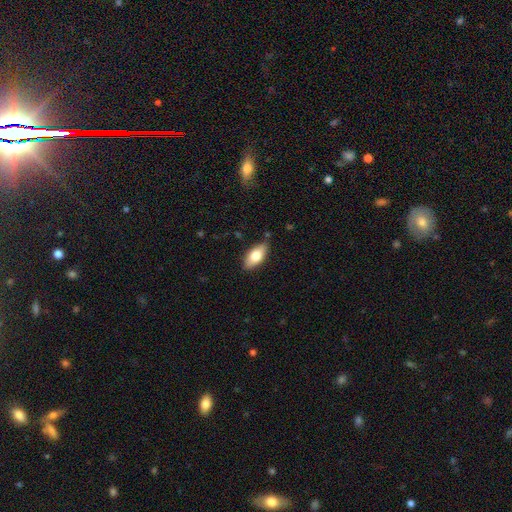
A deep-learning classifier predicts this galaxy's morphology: The model was most divided on "smooth or featured": smooth: 74%, featured or disk: 19%, star or artifact: 6%. More confident: how rounded — in between (88%); merging — none (85%).